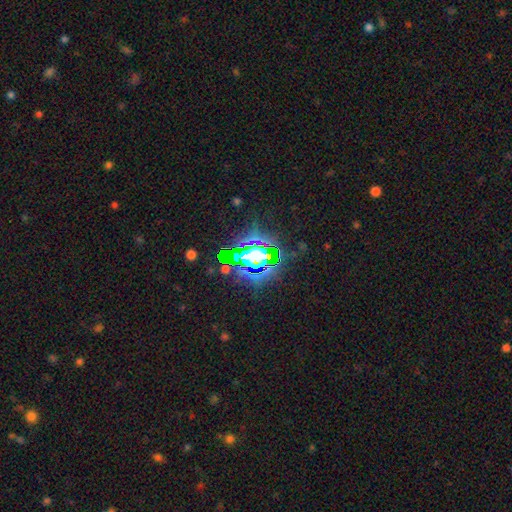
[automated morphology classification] This appears to be a star or artifact, not a galaxy (68%).